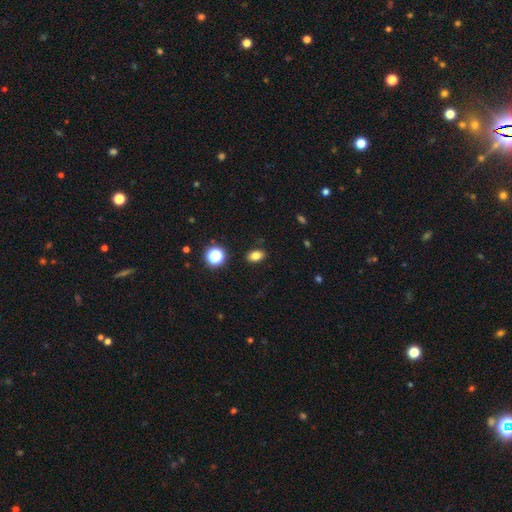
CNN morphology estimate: smooth 80%, star or artifact 13%, featured or disk 7%. Down the decision tree: how rounded — in between (79%); merging — none (88%).